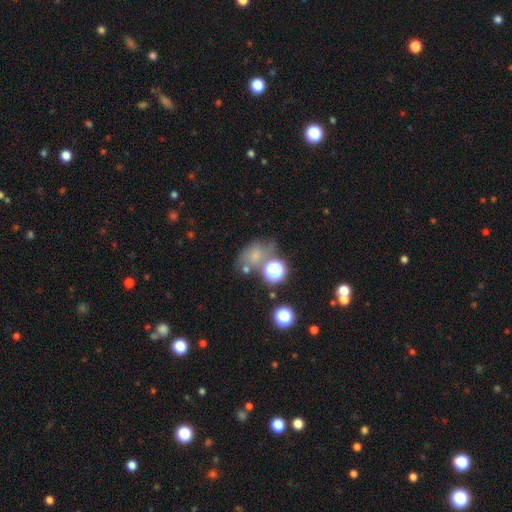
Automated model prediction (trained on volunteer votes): A smooth galaxy with no disk features (54%) that is in between round and cigar-shaped (60%).

Vote fractions:
- Smooth or featured? smooth: 54% / star or artifact: 26% / featured or disk: 20%
- How rounded? in between: 60% / round: 38% / cigar-shaped: 2%
- Merging? none: 45% / minor disturbance: 22% / merger: 18% / major disturbance: 15%